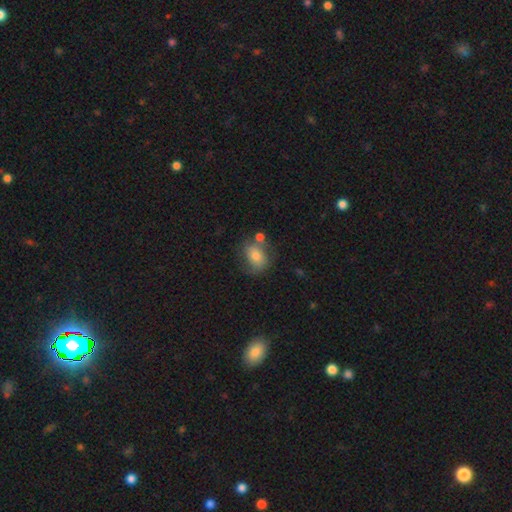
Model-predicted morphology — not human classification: smooth-or-featured: smooth: 64% | featured or disk: 26% | star or artifact: 9%
  how-rounded: in between: 59% | round: 39% | cigar-shaped: 2%
  merging: none: 52% | minor disturbance: 22% | merger: 16% | major disturbance: 10%